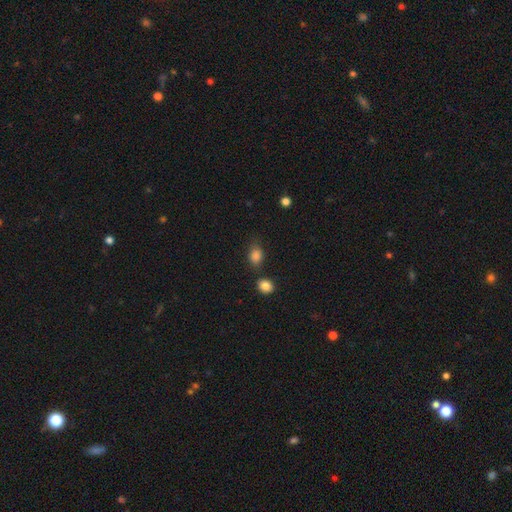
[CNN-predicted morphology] The model was most divided on "how rounded": in between: 63%, round: 35%, cigar-shaped: 2%. More confident: smooth or featured — smooth (85%); merging — none (66%).